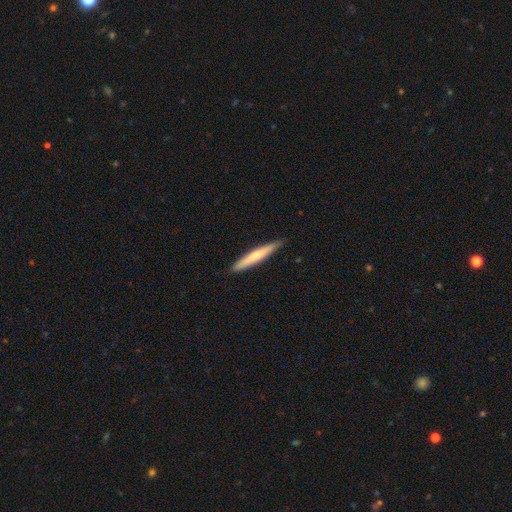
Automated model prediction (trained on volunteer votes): This is possibly a smooth galaxy (58%). How rounded: clearly cigar-shaped (95%). Merging: clearly none (88%).